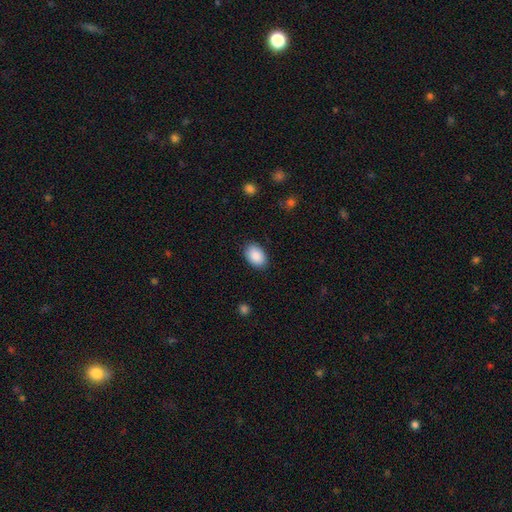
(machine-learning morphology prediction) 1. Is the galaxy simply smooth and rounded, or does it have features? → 90% smooth, 6% star or artifact, 4% featured or disk.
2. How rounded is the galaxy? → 88% in between, 10% round, 1% cigar-shaped.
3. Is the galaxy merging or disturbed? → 87% none, 9% minor disturbance, 2% major disturbance, 1% merger.